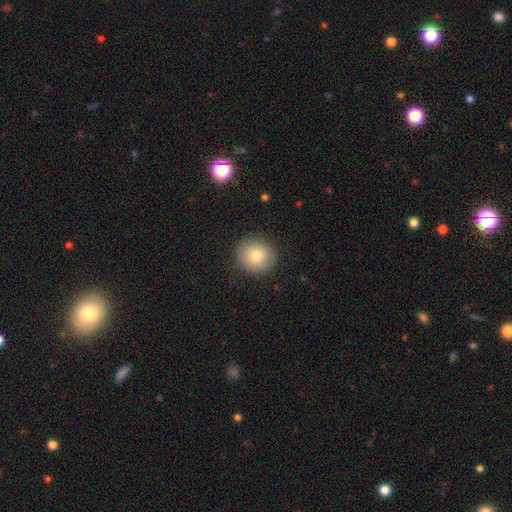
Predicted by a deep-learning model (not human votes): Overall: smooth (79%). How rounded: round (89%). Merging: none (89%).